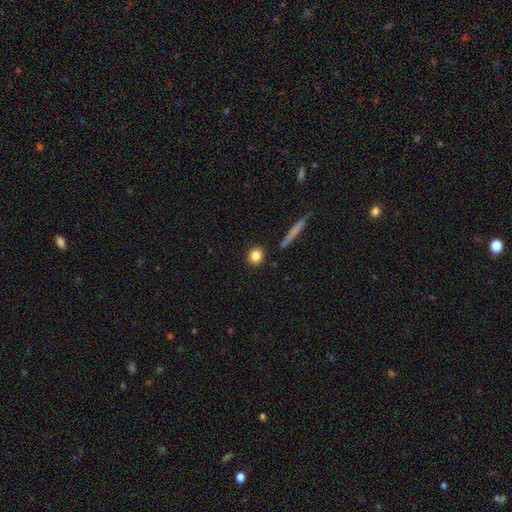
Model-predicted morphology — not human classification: type=smooth (82%); roundness=round (80%); merging=none (88%).